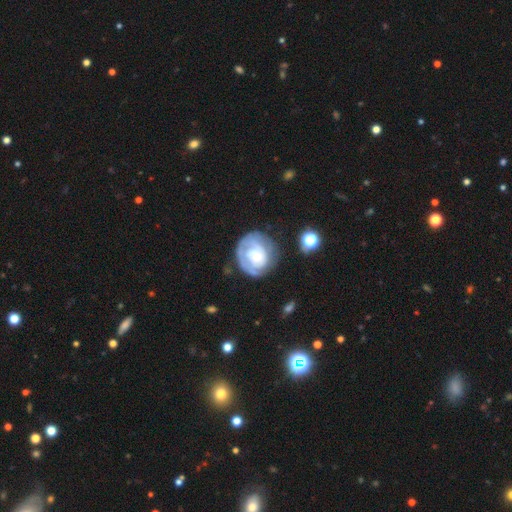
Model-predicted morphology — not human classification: A featured or disk galaxy (70%) with no bar (79%), tight (70%) spiral arms (77%) and a small central bulge (51%). Merging: none (64%).